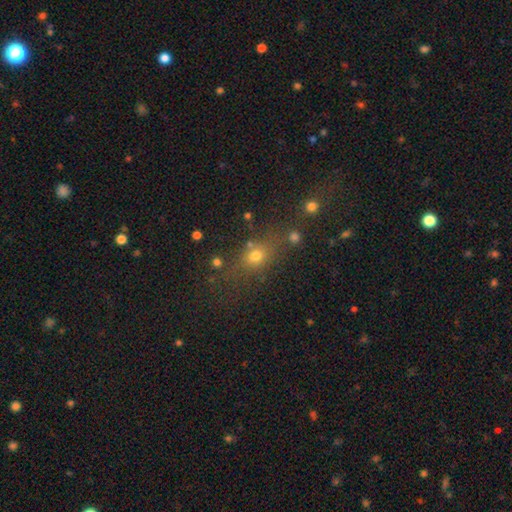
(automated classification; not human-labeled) Overall: smooth (66%). How rounded: in between (48%; round 44%). Merging: none (64%).